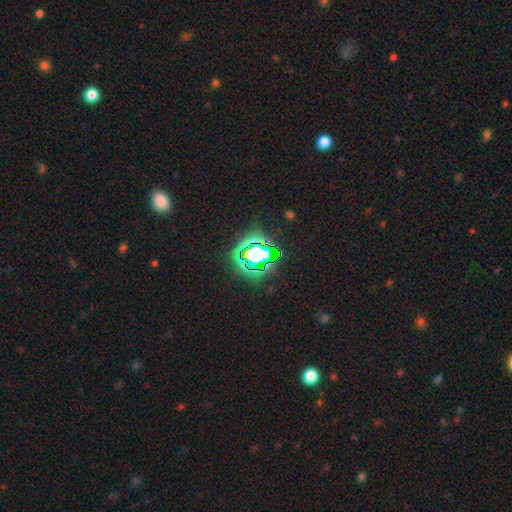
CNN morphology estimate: Q: Smooth or featured?
A: star or artifact (69%); runner-up: smooth (19%)